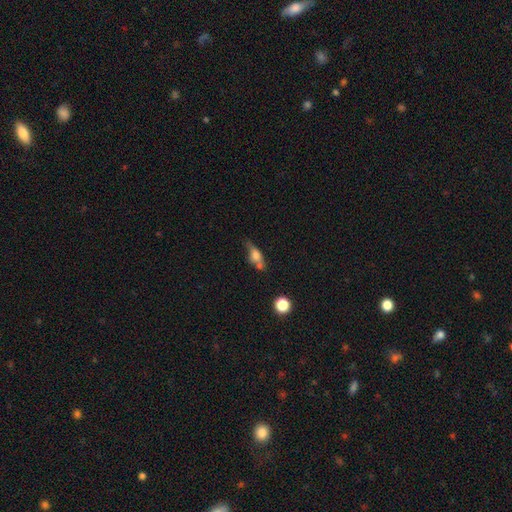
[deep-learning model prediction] Smooth or featured? smooth (58%)
How rounded? in between (60%)
Merging? none (42%)